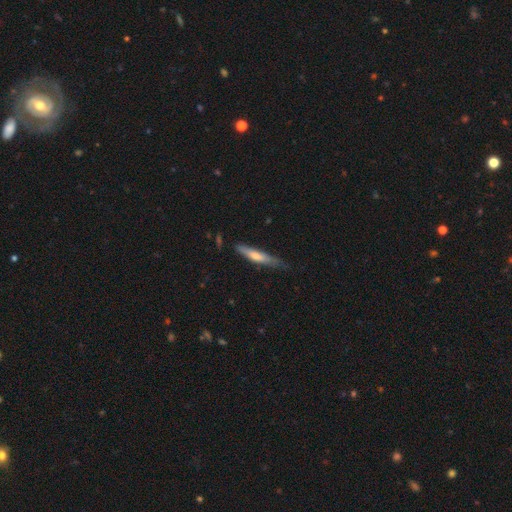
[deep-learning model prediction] Q: Smooth or featured?
A: featured or disk (49%); runner-up: smooth (44%)
Q: Merging?
A: none (69%); runner-up: minor disturbance (24%)